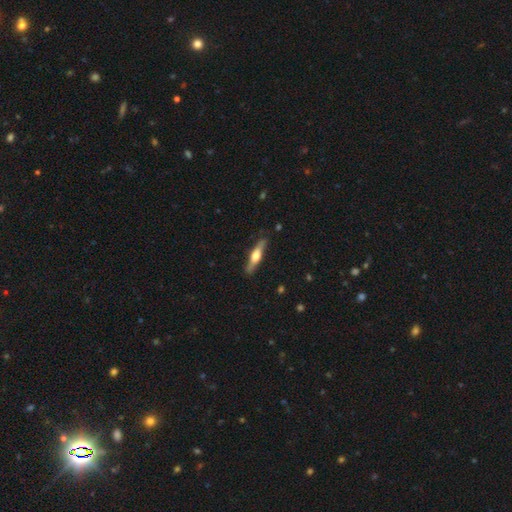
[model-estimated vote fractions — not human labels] Smooth or featured: featured or disk — 57% (smooth — 38%)
Edge-on disk: yes — 94% (no — 6%)
Edge-on bulge: rounded — 92% (boxy — 5%)
Merging: none — 87% (minor disturbance — 10%)